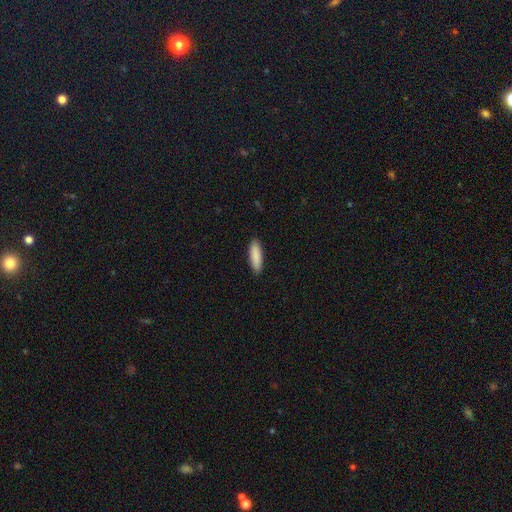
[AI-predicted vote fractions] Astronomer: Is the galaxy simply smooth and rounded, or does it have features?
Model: smooth — 89%.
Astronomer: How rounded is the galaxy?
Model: cigar-shaped — 59% (runner-up: in between, 39%).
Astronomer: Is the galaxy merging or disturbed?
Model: none — 90%.